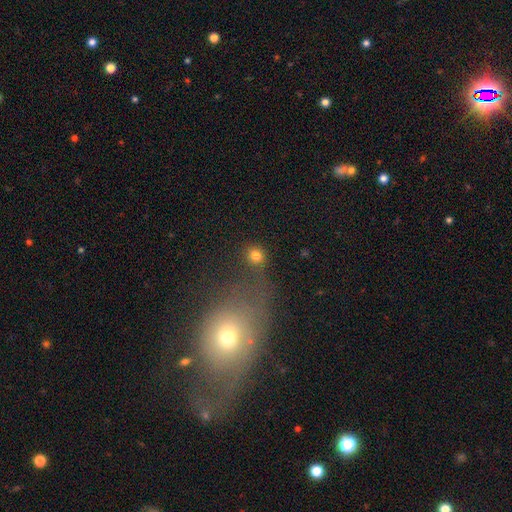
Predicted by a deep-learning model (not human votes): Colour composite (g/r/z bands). It shows a smooth galaxy with no disk features (80%) that is round (89%). Merging: none (77%).